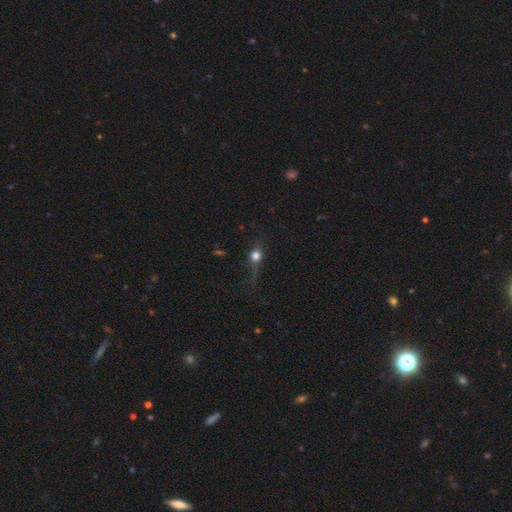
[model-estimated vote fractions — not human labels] Smooth or featured? smooth (61%)
How rounded? round (68%)
Merging? none (52%)